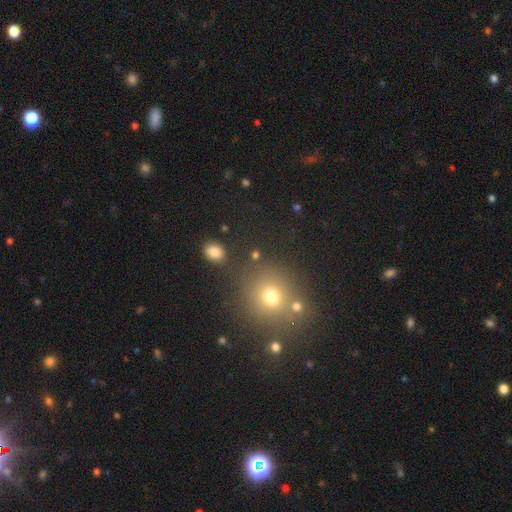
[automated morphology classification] This appears to be a smooth galaxy with no disk features (59%) that is round (87%). Merging: none (77%).